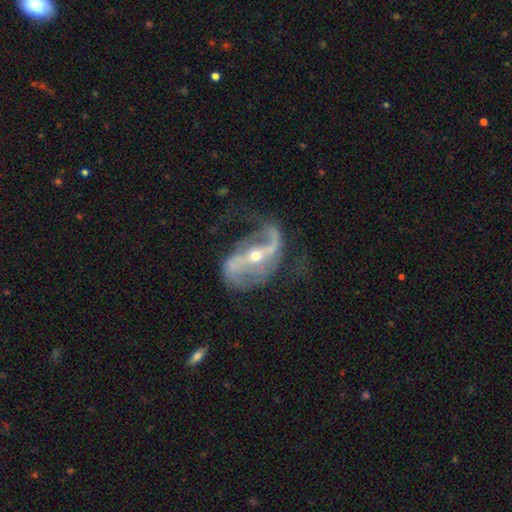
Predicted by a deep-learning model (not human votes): Morphology: type=featured or disk (90%); edge-on=no (95%); bar=strong (58%); spiral arms=yes (95%); winding=loose (58%); arm count=2 (87%); bulge=small (58%); merging=none (53%).